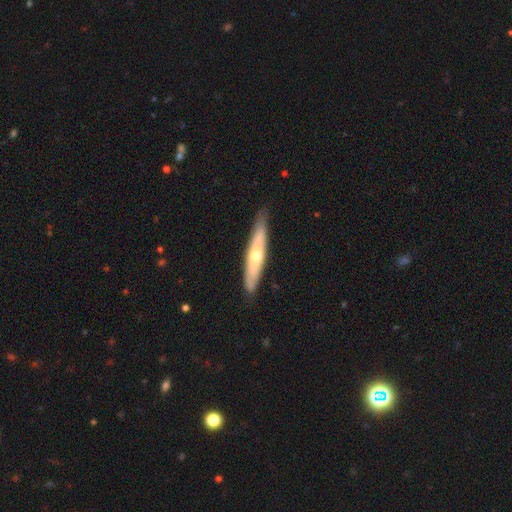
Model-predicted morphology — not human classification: Smooth or featured: featured or disk — 53% (smooth — 42%)
Edge-on disk: yes — 74% (no — 26%)
Merging: none — 81% (minor disturbance — 15%)